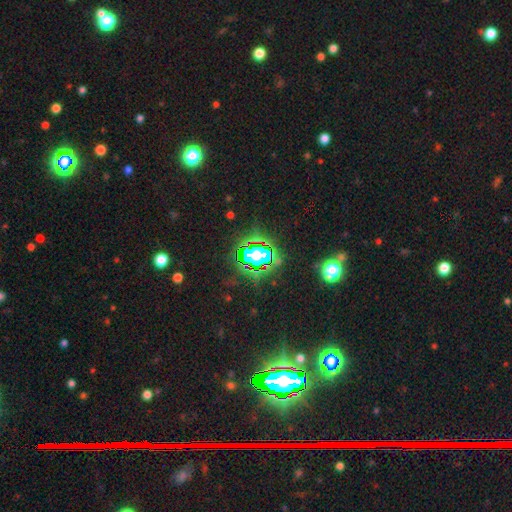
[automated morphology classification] type=star or artifact (75%).